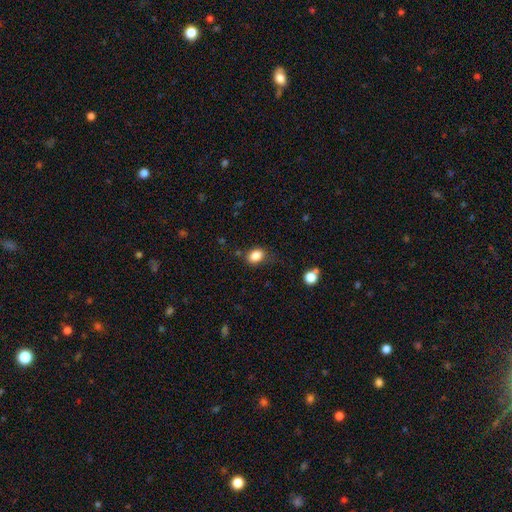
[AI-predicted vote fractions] Smooth or featured?
  - smooth: 85% *
  - star or artifact: 10%
  - featured or disk: 5%
How rounded?
  - in between: 70% *
  - round: 29%
  - cigar-shaped: 1%
Merging?
  - none: 73% *
  - minor disturbance: 19%
  - major disturbance: 5%
  - merger: 3%